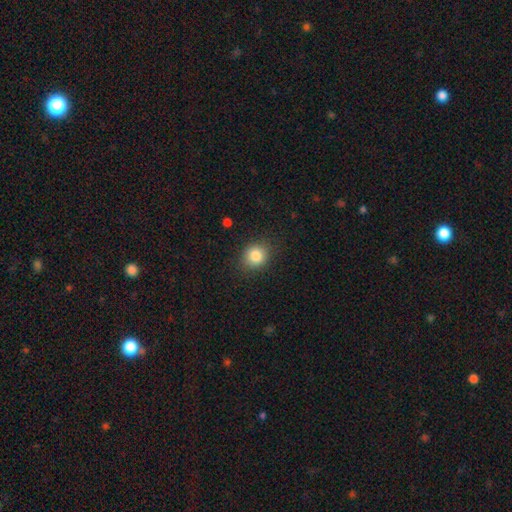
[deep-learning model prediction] This appears to be a smooth galaxy with no disk features (85%) that is round (77%). Merging: none (86%).